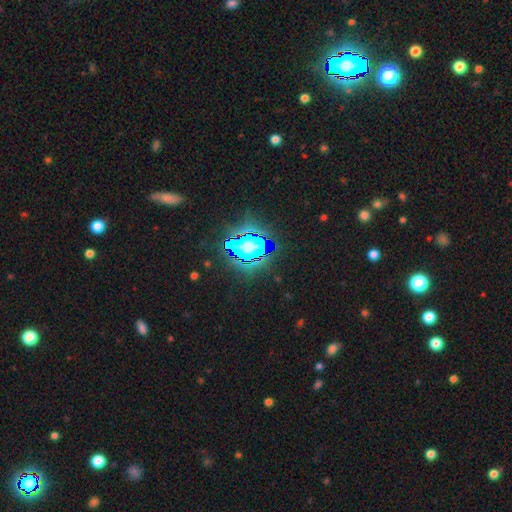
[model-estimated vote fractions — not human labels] Q: Smooth or featured?
A: star or artifact (64%); runner-up: smooth (21%)